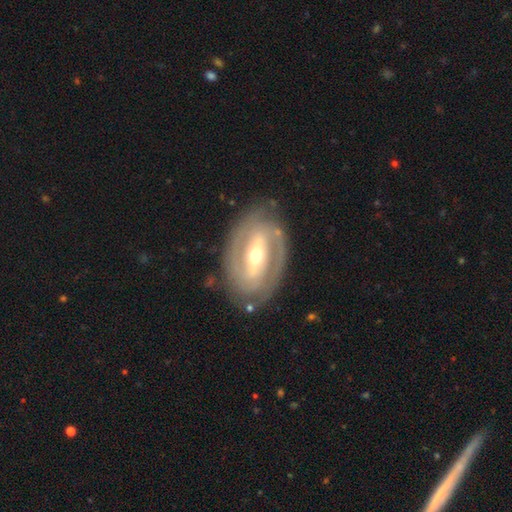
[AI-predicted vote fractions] Smooth or featured? featured or disk (84%)
Edge-on disk? no (93%)
Bar? strong (61%)
Spiral arms? yes (84%)
Spiral winding? tight (59%)
Spiral arm count? 2 (79%)
Bulge size? moderate (64%)
Merging? none (79%)